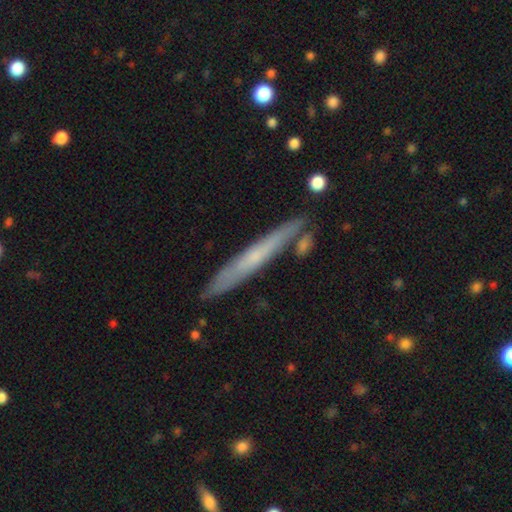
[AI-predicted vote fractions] Smooth or featured: featured or disk — 49% (smooth — 44%)
Merging: none — 82% (minor disturbance — 12%)